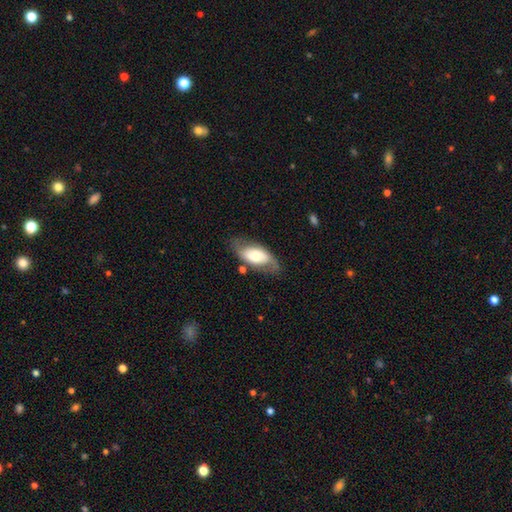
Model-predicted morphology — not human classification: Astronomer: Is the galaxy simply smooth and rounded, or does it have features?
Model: featured or disk — 52% (runner-up: smooth, 42%).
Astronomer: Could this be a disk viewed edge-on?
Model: no — 88%.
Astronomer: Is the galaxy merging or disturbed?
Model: none — 68%.